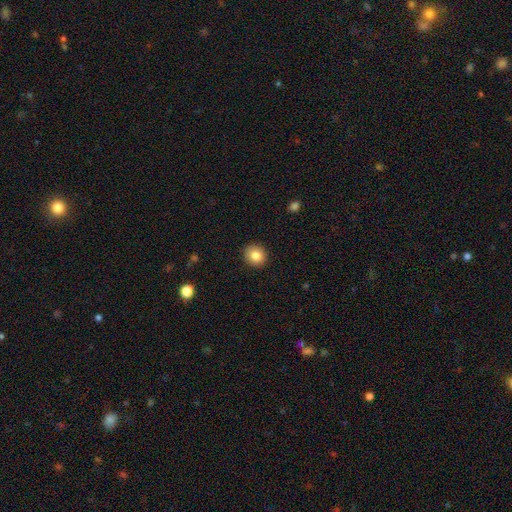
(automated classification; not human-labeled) Morphology: type=smooth (83%); roundness=round (86%); merging=none (91%).